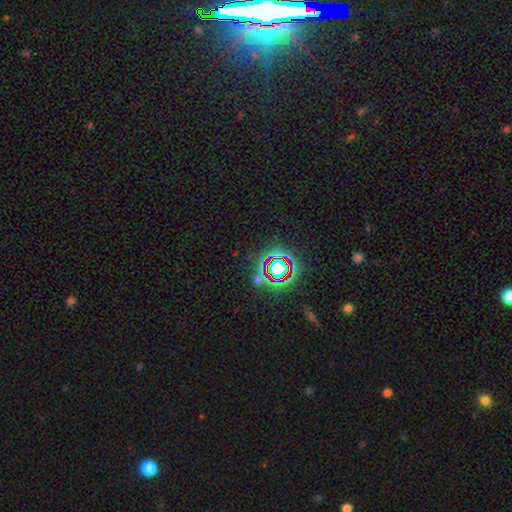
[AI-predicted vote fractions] Morphology: type=star or artifact (76%).